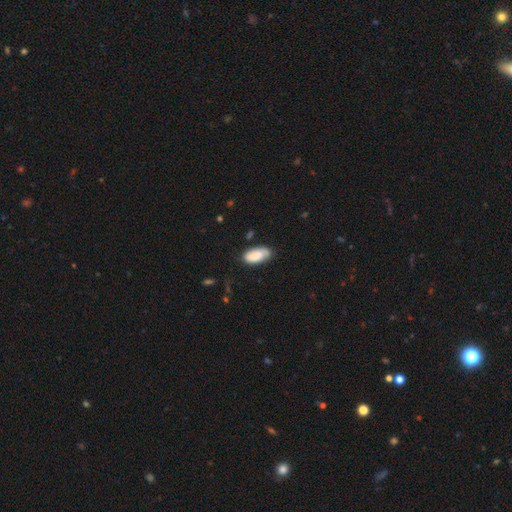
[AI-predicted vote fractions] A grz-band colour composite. It shows a smooth galaxy with no disk features (80%) that is in between round and cigar-shaped (92%). Merging: none (72%).